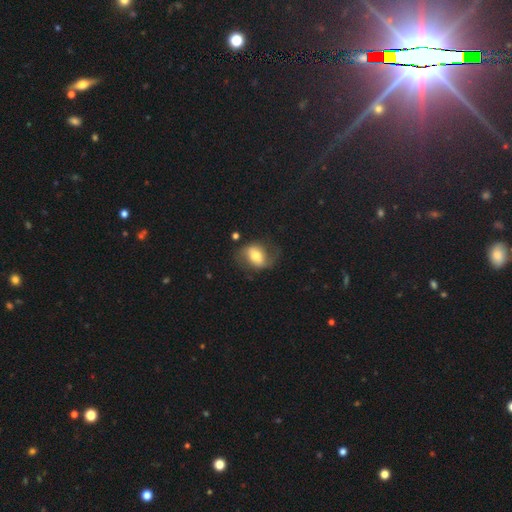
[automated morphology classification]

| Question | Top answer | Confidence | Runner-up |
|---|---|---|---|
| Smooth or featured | featured or disk | 46% | tied: smooth (46%) |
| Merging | none | 59% | minor disturbance (23%) |